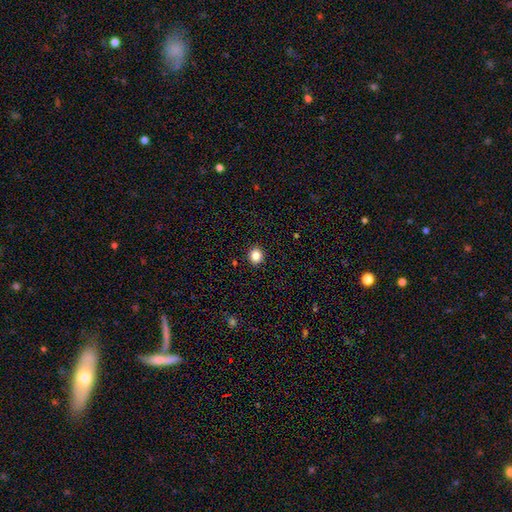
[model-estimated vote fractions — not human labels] Smooth or featured: smooth — 84% (star or artifact — 11%)
How rounded: round — 84% (in between — 16%)
Merging: none — 92% (minor disturbance — 5%)